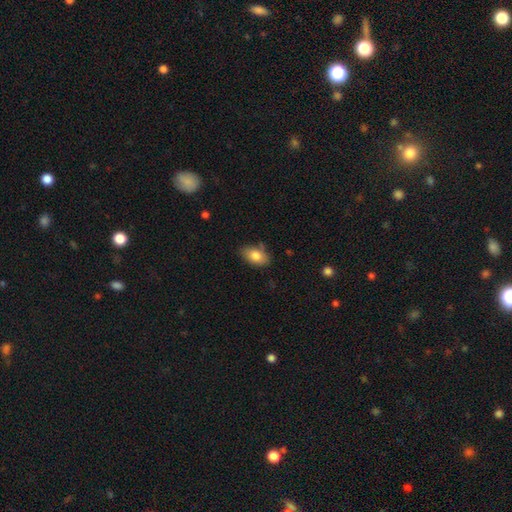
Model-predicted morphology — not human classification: Smooth or featured: smooth — 81% (featured or disk — 11%)
How rounded: in between — 89% (round — 8%)
Merging: none — 74% (minor disturbance — 20%)